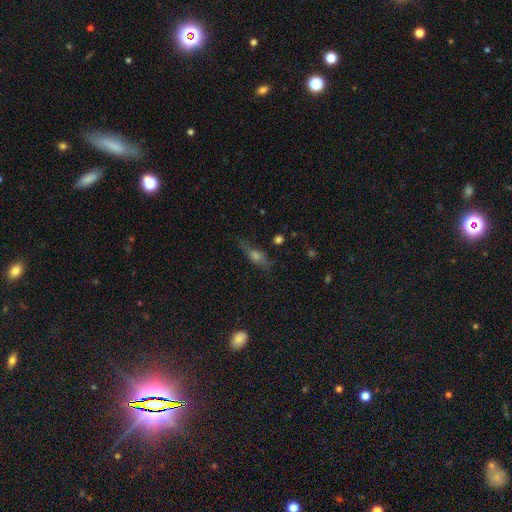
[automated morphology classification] Smooth or featured? Predicted: featured or disk (p=0.50). Merging? Predicted: none (p=0.71).